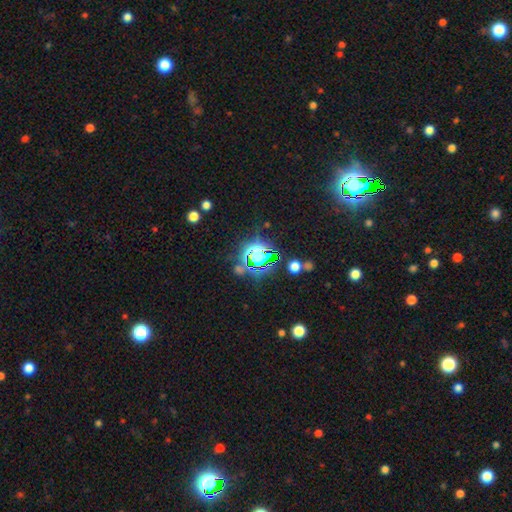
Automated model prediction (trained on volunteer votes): Smooth or featured?
  - star or artifact: 78% *
  - smooth: 14%
  - featured or disk: 8%